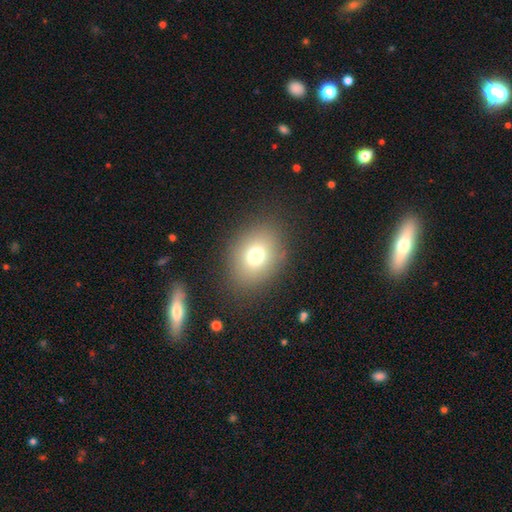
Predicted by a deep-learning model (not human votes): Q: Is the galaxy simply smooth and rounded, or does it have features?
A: smooth — 74%.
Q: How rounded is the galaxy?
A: in between — 57%.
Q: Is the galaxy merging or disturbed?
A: none — 84%.